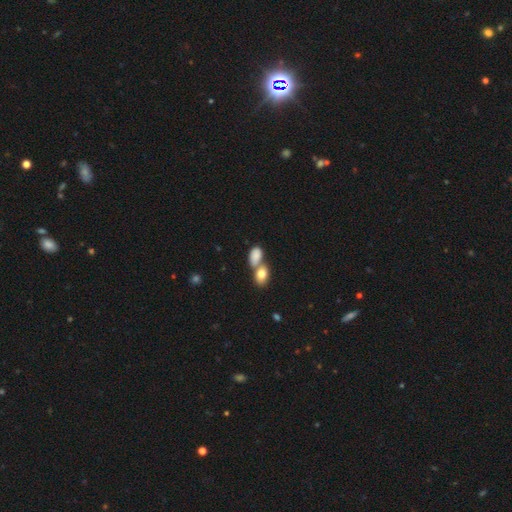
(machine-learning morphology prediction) The model was most divided on "merging": merger: 61%, none: 26%, minor disturbance: 9%, major disturbance: 4%. More confident: how rounded — in between (86%); smooth or featured — smooth (83%).